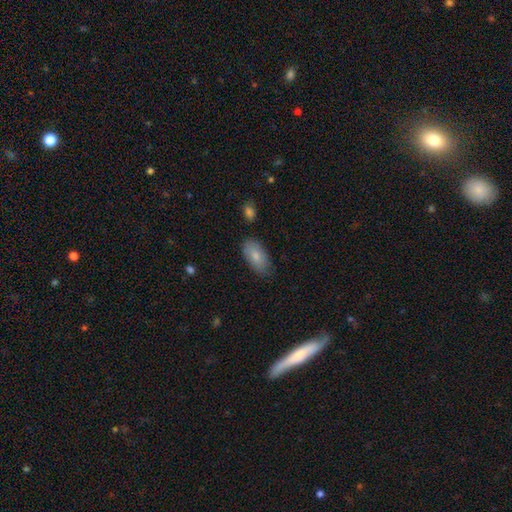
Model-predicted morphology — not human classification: A smooth galaxy with no disk features (82%) that is in between round and cigar-shaped (93%).

Vote fractions:
- Smooth or featured? smooth: 82% / featured or disk: 12% / star or artifact: 6%
- How rounded? in between: 93% / cigar-shaped: 4% / round: 3%
- Merging? none: 75% / minor disturbance: 19% / major disturbance: 4% / merger: 2%